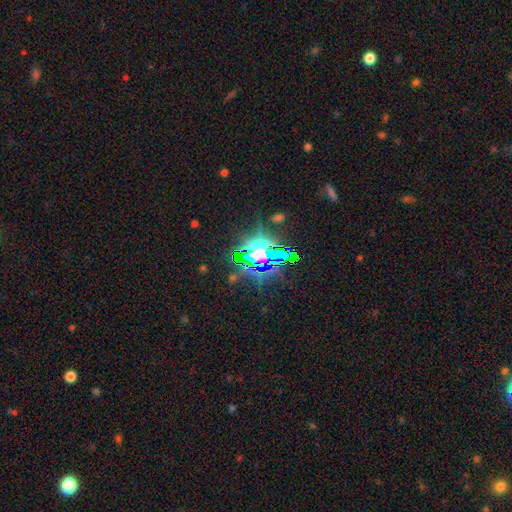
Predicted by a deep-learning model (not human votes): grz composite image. It shows a star or artifact, not a galaxy (75%).